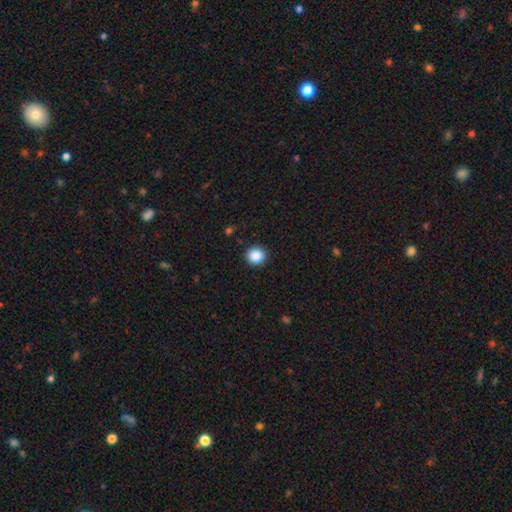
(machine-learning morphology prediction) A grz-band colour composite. It shows a smooth galaxy with no disk features (87%) that is round (90%). Merging: none (91%).